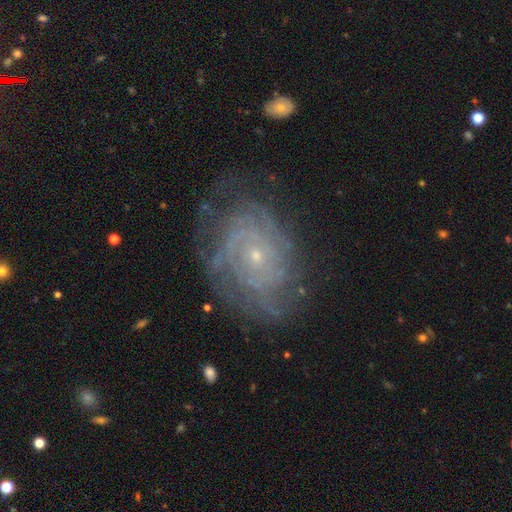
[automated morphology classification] Smooth or featured: featured or disk — 82% (smooth — 10%)
Edge-on disk: no — 96% (yes — 4%)
Bar: no — 80% (weak — 16%)
Spiral arms: yes — 92% (no — 8%)
Spiral winding: tight — 73% (medium — 21%)
Spiral arm count: can't tell — 44% (2 — 17%)
Bulge size: small — 82% (moderate — 15%)
Merging: none — 69% (minor disturbance — 20%)